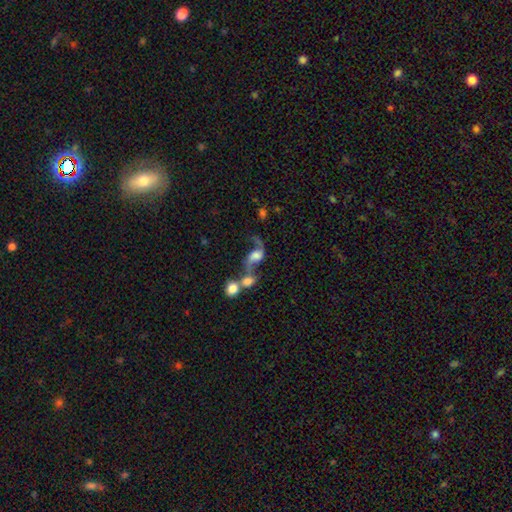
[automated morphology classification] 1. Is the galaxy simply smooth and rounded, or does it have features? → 75% featured or disk, 16% smooth, 9% star or artifact.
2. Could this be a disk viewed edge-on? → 96% no, 4% yes.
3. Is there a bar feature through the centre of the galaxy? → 55% no, 34% weak, 10% strong.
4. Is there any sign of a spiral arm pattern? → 92% yes, 8% no.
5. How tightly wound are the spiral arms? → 85% loose, 12% medium, 2% tight.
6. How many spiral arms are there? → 90% 2, 6% 1, 2% can't tell, 1% 3, 1% 4, 1% more than 4.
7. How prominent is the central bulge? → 35% moderate, 29% large, 17% small, 15% none, 5% dominant.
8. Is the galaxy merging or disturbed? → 46% merger, 31% none, 12% major disturbance, 11% minor disturbance.